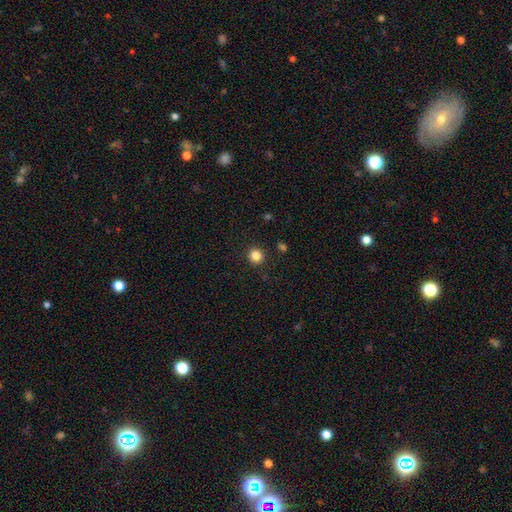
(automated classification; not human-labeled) A smooth galaxy with no disk features (84%) that is round (94%).

Vote fractions:
- Smooth or featured? smooth: 84% / star or artifact: 12% / featured or disk: 4%
- How rounded? round: 94% / in between: 6% / cigar-shaped: 1%
- Merging? none: 92% / minor disturbance: 5% / major disturbance: 2% / merger: 1%